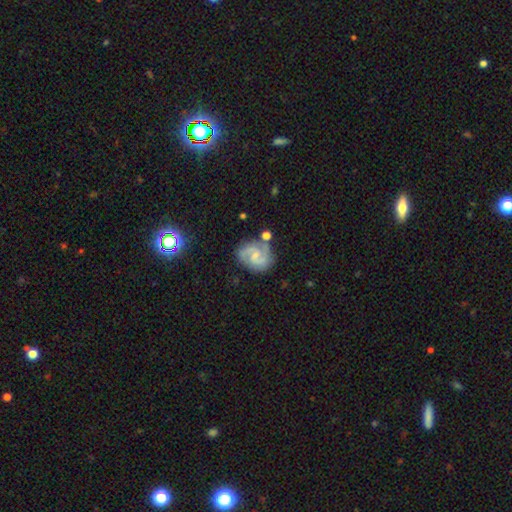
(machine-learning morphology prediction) Q: Smooth or featured?
A: featured or disk (84%); runner-up: smooth (10%)
Q: Edge-on disk?
A: no (98%); runner-up: yes (2%)
Q: Bar?
A: weak (53%); runner-up: no (37%)
Q: Spiral arms?
A: yes (97%); runner-up: no (3%)
Q: Spiral winding?
A: medium (56%); runner-up: tight (28%)
Q: Spiral arm count?
A: 2 (89%); runner-up: can't tell (4%)
Q: Bulge size?
A: small (57%); runner-up: moderate (21%)
Q: Merging?
A: none (70%); runner-up: minor disturbance (17%)